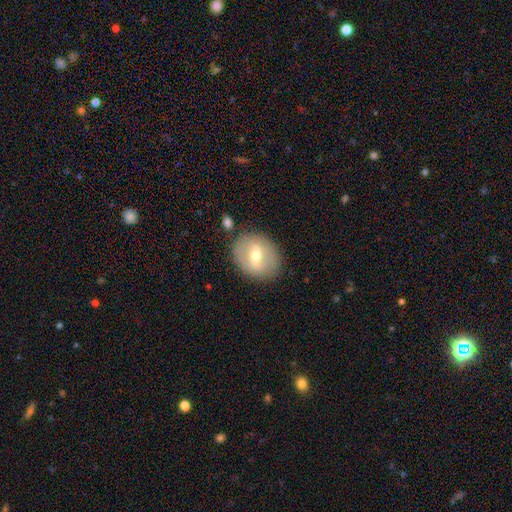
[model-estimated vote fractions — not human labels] smooth-or-featured: smooth: 47% | featured or disk: 46% | star or artifact: 7%
  merging: none: 83% | minor disturbance: 10% | major disturbance: 3% | merger: 3%